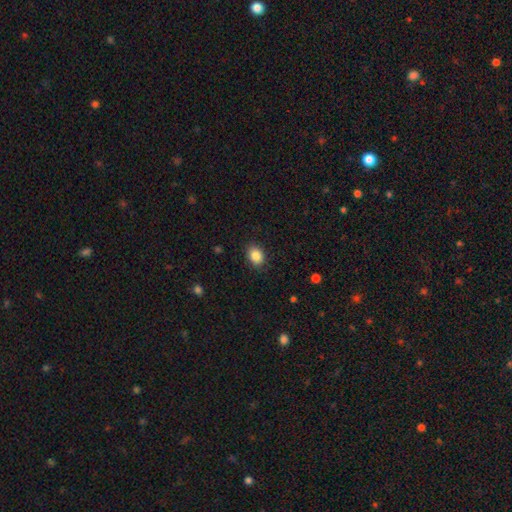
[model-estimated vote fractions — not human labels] Smooth or featured: smooth — 87% (star or artifact — 9%)
How rounded: in between — 64% (round — 35%)
Merging: none — 87% (minor disturbance — 10%)